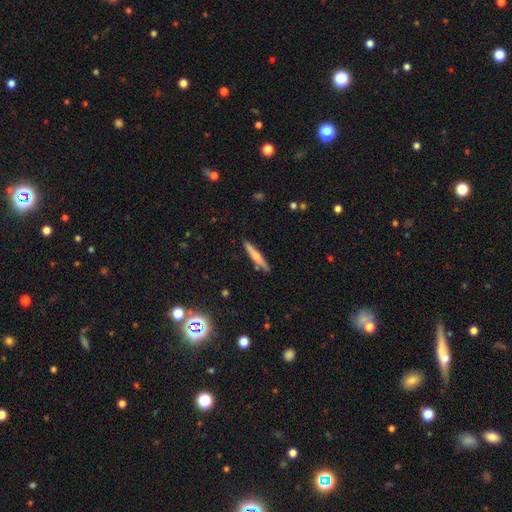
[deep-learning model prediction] This is possibly a smooth galaxy (56%). How rounded: clearly cigar-shaped (92%). Merging: clearly none (86%).